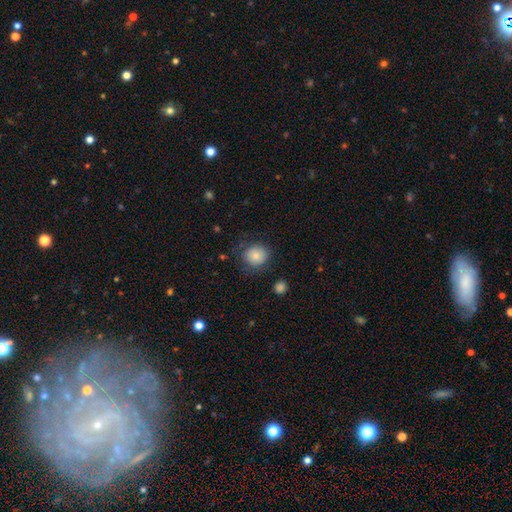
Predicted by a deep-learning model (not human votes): Morphology: type=smooth (82%); roundness=round (83%); merging=none (74%).